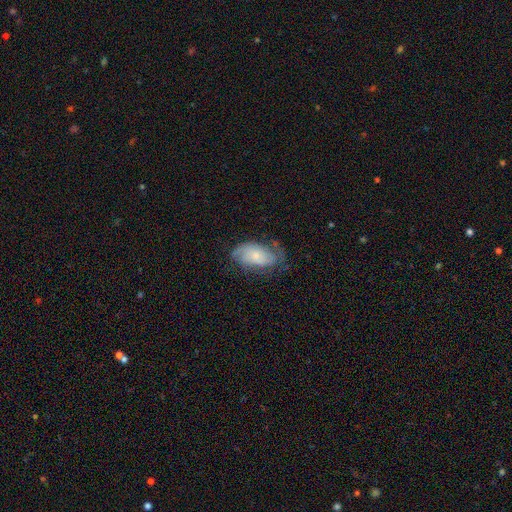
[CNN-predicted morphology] type=featured or disk (56%); edge-on=no (95%); bar=no (75%); spiral arms=yes (83%); bulge=small (58%); merging=none (56%).